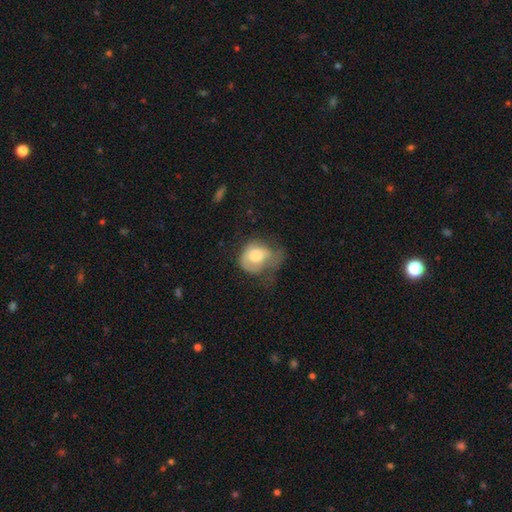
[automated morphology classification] The model was most divided on "how rounded": round: 53%, in between: 46%, cigar-shaped: 1%. Remaining: smooth or featured — smooth (60%); merging — major disturbance (45%).